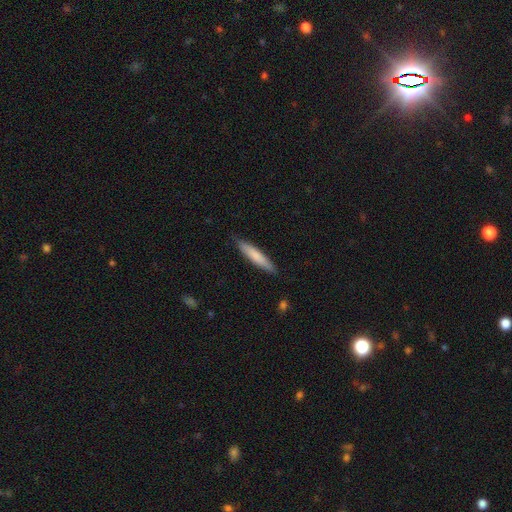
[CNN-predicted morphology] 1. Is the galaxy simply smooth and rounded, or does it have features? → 74% smooth, 20% featured or disk, 5% star or artifact.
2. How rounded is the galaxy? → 89% cigar-shaped, 9% in between, 1% round.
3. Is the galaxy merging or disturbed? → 87% none, 11% minor disturbance, 2% major disturbance, 1% merger.